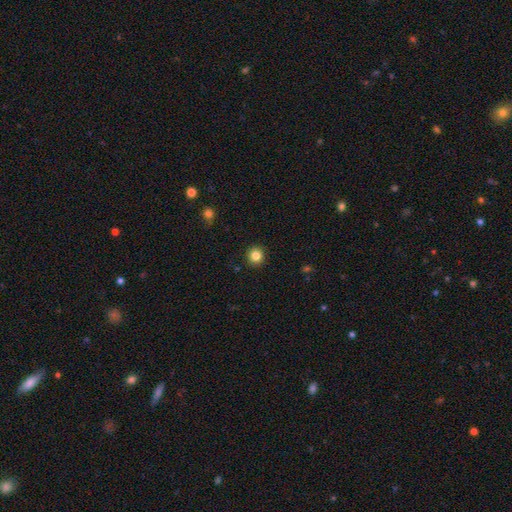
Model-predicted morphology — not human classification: This appears to be a smooth galaxy with no disk features (84%) that is round (92%). Merging: none (92%).